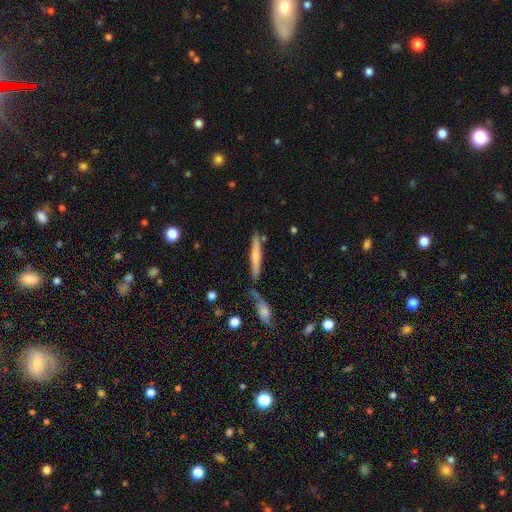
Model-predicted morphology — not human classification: smooth_or_featured: smooth (p=0.60) [alt: featured or disk p=0.34]
how_rounded: cigar-shaped (p=0.92) [alt: in between p=0.06]
merging: none (p=0.69) [alt: merger p=0.14]